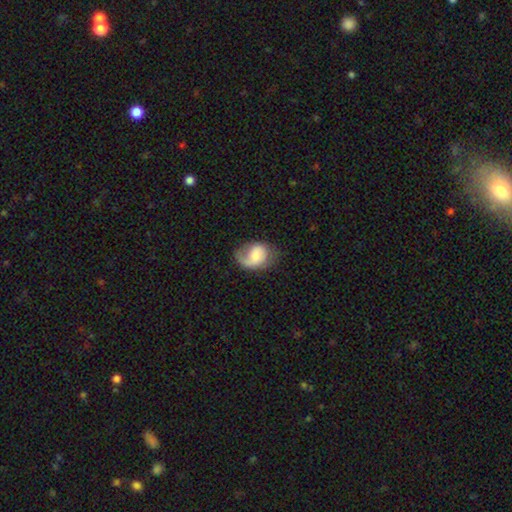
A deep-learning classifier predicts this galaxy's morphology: featured or disk 55%, smooth 39%, star or artifact 6%. Down the decision tree: edge-on disk — no (97%); bar — no (65%); spiral arms — yes (87%); bulge size — moderate (42%); merging — none (47%).